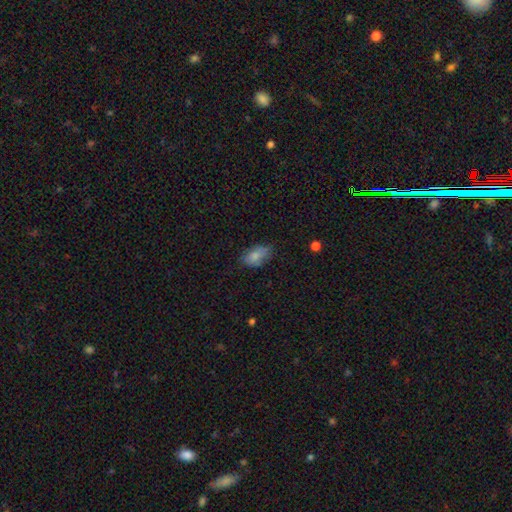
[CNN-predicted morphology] Overall: smooth (78%). How rounded: in between (91%). Merging: none (60%; minor disturbance 31%).